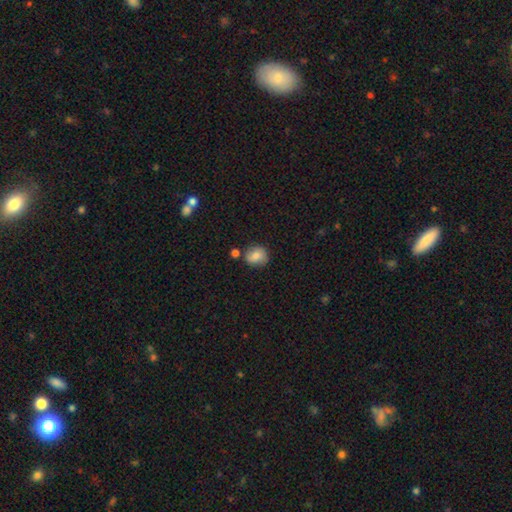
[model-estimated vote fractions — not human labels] The model was most divided on "how rounded": round: 76%, in between: 23%, cigar-shaped: 1%. More confident: smooth or featured — smooth (81%); merging — none (72%).